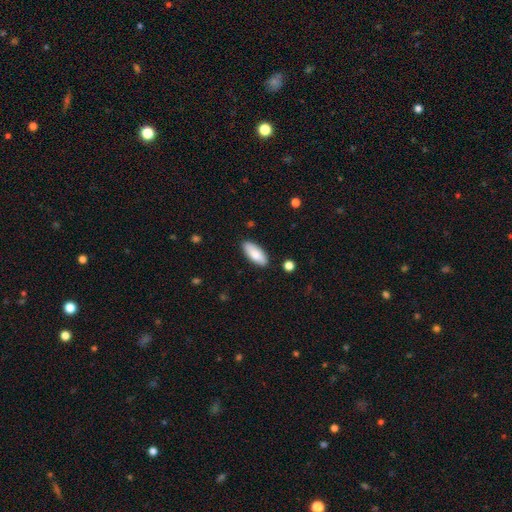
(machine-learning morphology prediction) Q: Smooth or featured?
A: smooth (82%); runner-up: featured or disk (13%)
Q: How rounded?
A: in between (80%); runner-up: cigar-shaped (18%)
Q: Merging?
A: none (87%); runner-up: minor disturbance (10%)